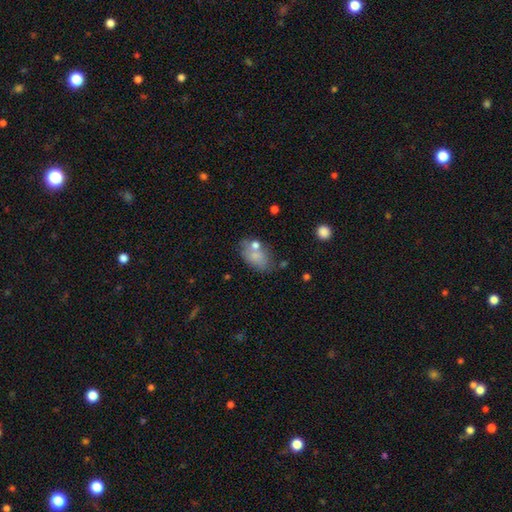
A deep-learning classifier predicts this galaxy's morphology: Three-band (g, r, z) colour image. It shows a smooth galaxy with no disk features (73%) that is in between round and cigar-shaped (88%). Merging: none (52%).